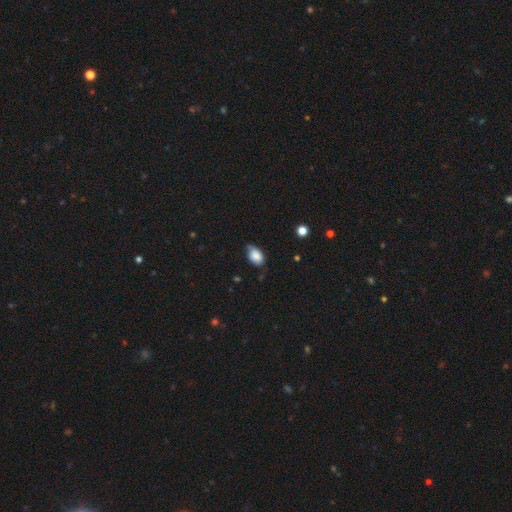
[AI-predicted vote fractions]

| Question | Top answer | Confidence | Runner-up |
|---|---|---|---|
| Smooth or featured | smooth | 82% | featured or disk (10%) |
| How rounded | in between | 85% | round (13%) |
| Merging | none | 54% | minor disturbance (37%) |